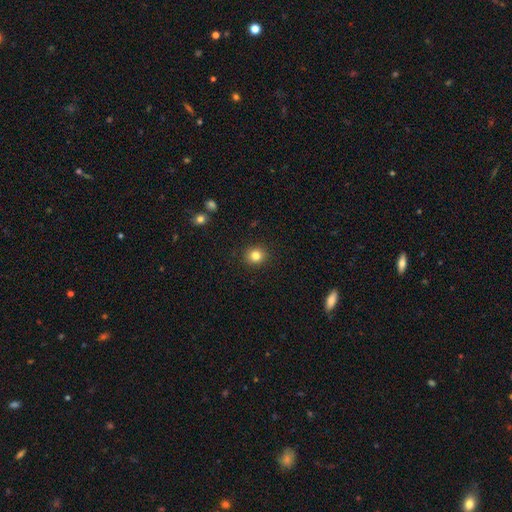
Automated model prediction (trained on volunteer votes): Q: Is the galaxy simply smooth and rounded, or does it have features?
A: smooth — 82%.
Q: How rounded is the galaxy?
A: round — 86%.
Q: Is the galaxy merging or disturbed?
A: none — 92%.